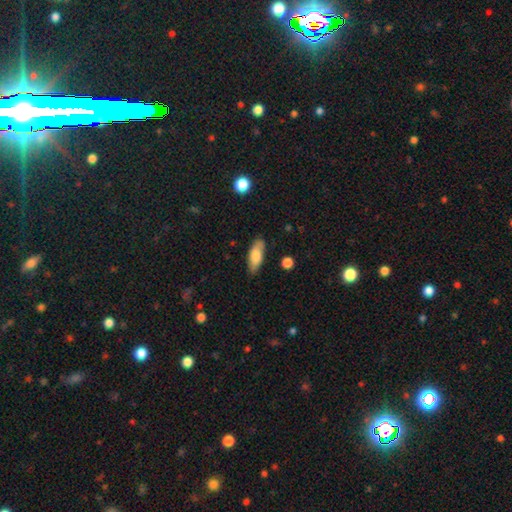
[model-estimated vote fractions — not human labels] A smooth galaxy with no disk features (77%) that is in between round and cigar-shaped (72%). Merging: none (80%).